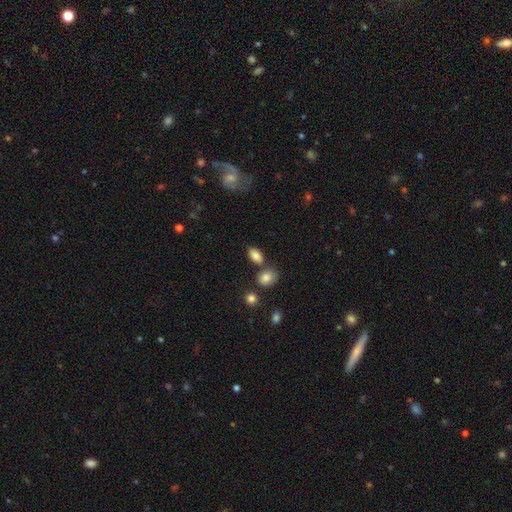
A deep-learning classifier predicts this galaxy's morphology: Smooth or featured? Predicted: smooth (p=0.84). How rounded? Predicted: in between (p=0.89). Merging? Predicted: none (p=0.66).